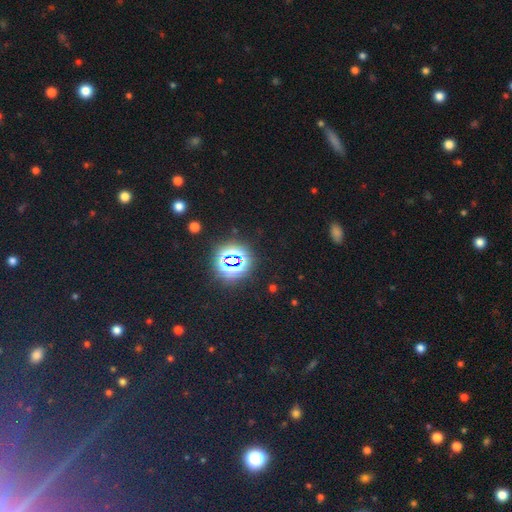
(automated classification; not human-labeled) A star or artifact, not a galaxy (66%).

Vote fractions:
- Smooth or featured? star or artifact: 66% / smooth: 27% / featured or disk: 7%